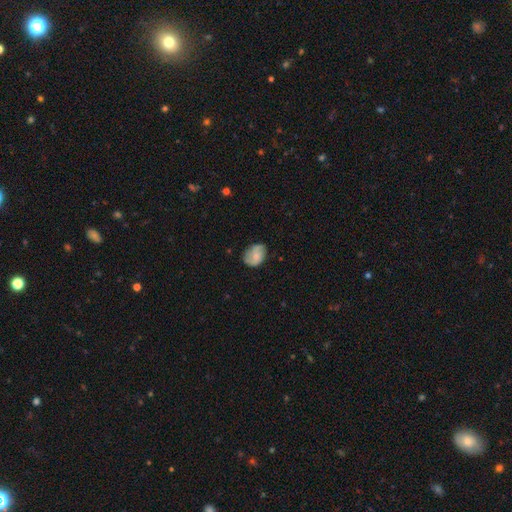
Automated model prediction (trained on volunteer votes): A smooth galaxy with no disk features (53%) that is in between round and cigar-shaped (60%). Merging: none (64%).